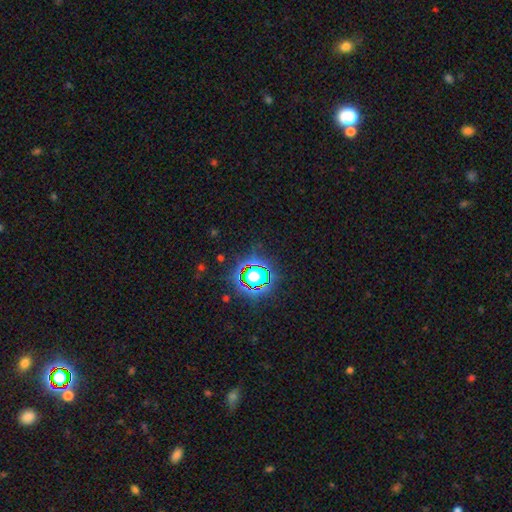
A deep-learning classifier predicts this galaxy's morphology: Smooth or featured? star or artifact (81%)